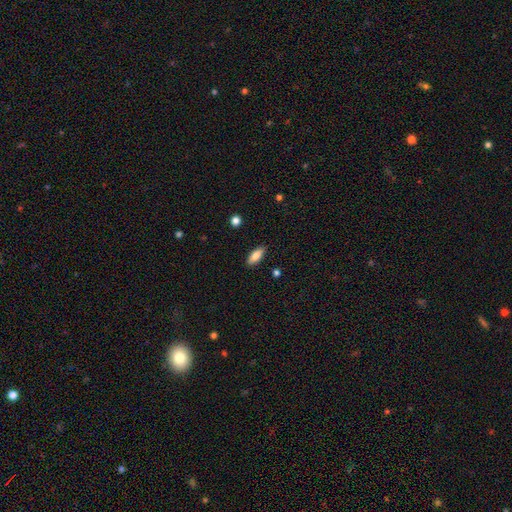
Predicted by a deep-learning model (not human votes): Overall: smooth (80%). How rounded: in between (73%). Merging: none (88%).